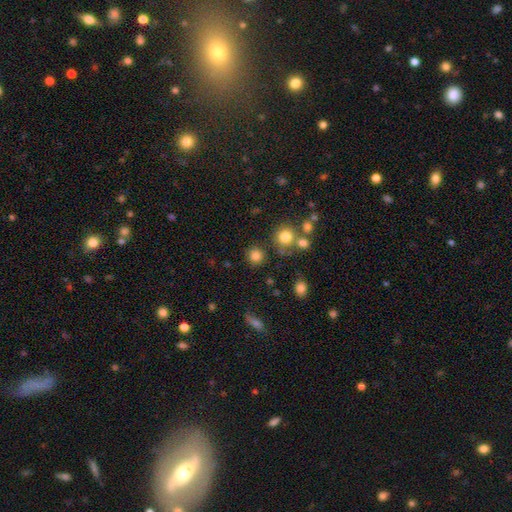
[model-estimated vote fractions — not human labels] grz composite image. It shows a smooth galaxy with no disk features (81%) that is round (91%). Merging: none (83%).